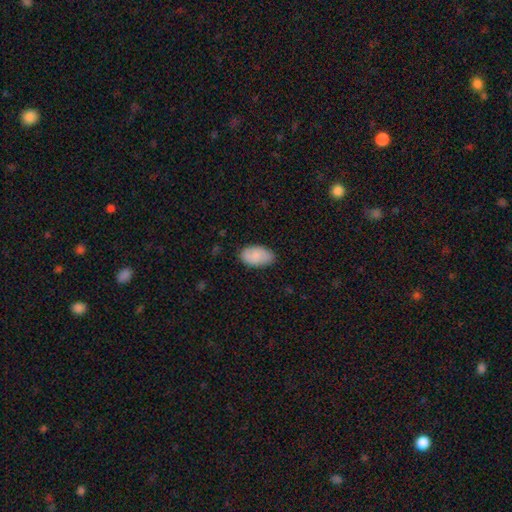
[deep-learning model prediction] A smooth galaxy with no disk features (87%) that is in between round and cigar-shaped (94%).

Vote fractions:
- Smooth or featured? smooth: 87% / featured or disk: 7% / star or artifact: 6%
- How rounded? in between: 94% / round: 4% / cigar-shaped: 1%
- Merging? none: 79% / minor disturbance: 17% / major disturbance: 3% / merger: 1%